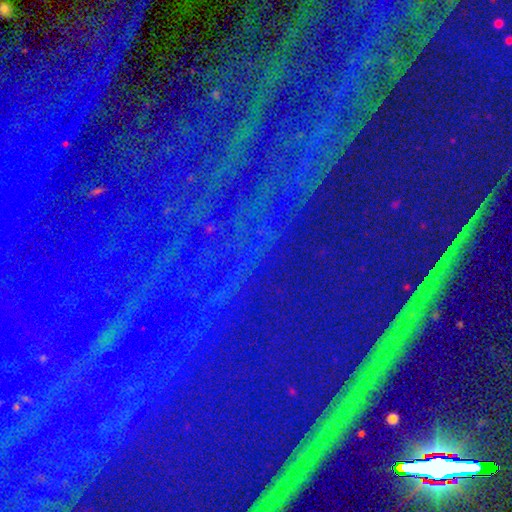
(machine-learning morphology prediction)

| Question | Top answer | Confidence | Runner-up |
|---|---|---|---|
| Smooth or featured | star or artifact | 88% | featured or disk (6%) |